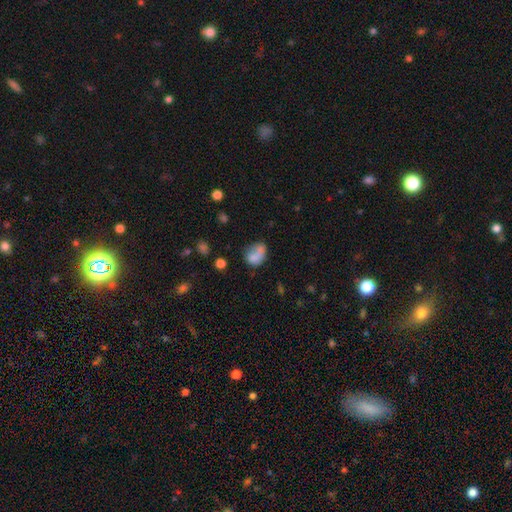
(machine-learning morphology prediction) smooth-or-featured: smooth: 74% | featured or disk: 15% | star or artifact: 11%
  how-rounded: in between: 70% | round: 28% | cigar-shaped: 2%
  merging: none: 41% | minor disturbance: 28% | major disturbance: 21% | merger: 9%